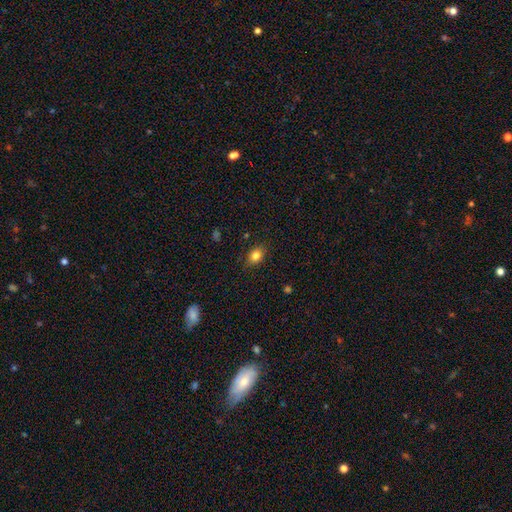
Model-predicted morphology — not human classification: A smooth galaxy with no disk features (83%) that is in between round and cigar-shaped (68%). Merging: none (84%).